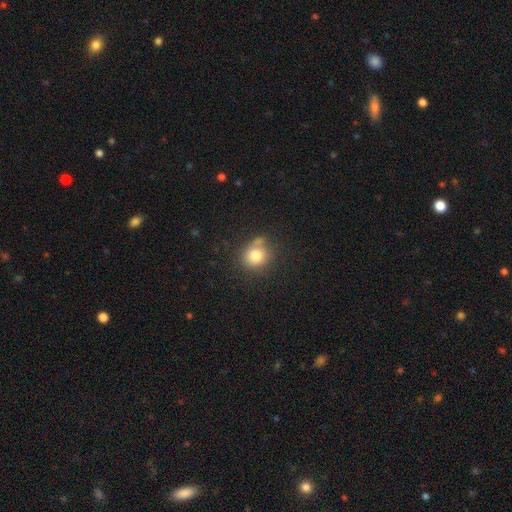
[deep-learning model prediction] smooth_or_featured: smooth (p=0.79) [alt: star or artifact p=0.11]
how_rounded: round (p=0.81) [alt: in between p=0.18]
merging: none (p=0.65) [alt: minor disturbance p=0.20]